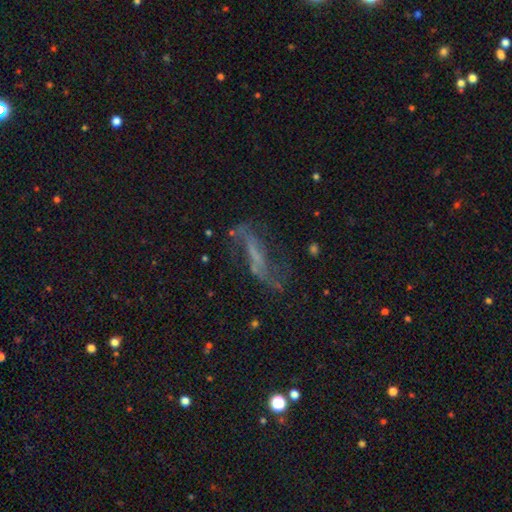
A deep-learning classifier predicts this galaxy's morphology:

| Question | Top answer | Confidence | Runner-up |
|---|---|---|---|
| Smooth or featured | featured or disk | 68% | star or artifact (16%) |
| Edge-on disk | no | 84% | yes (16%) |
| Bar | strong | 39% | weak (32%) |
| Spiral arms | yes | 79% | no (21%) |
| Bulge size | none | 59% | small (25%) |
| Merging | none | 56% | major disturbance (21%) |